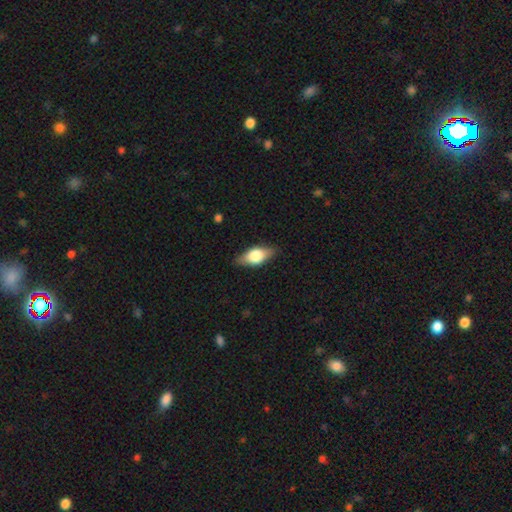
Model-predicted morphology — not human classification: A smooth galaxy with no disk features (62%) that is in between round and cigar-shaped (82%).

Vote fractions:
- Smooth or featured? smooth: 62% / featured or disk: 31% / star or artifact: 7%
- How rounded? in between: 82% / cigar-shaped: 12% / round: 6%
- Merging? none: 81% / minor disturbance: 14% / major disturbance: 3% / merger: 1%